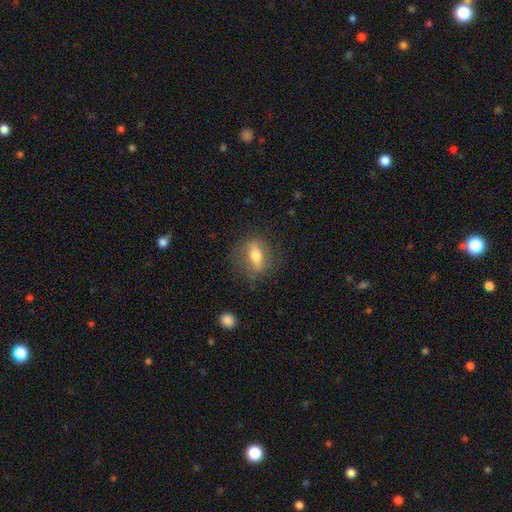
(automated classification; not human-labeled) This appears to be a smooth galaxy with no disk features (51%) that is in between round and cigar-shaped (62%). Merging: none (76%).